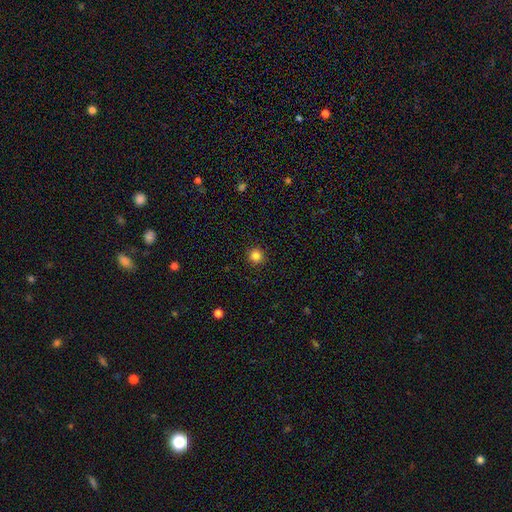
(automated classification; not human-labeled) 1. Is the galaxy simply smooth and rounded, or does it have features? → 85% smooth, 12% star or artifact, 3% featured or disk.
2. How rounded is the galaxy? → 94% round, 5% in between, 1% cigar-shaped.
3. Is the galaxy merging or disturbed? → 92% none, 5% minor disturbance, 2% major disturbance, 1% merger.